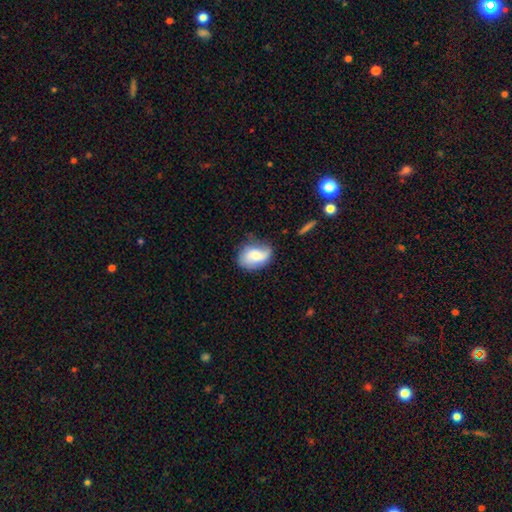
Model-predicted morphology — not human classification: This appears to be a smooth galaxy with no disk features (55%) that is in between round and cigar-shaped (74%). Merging: none (57%).